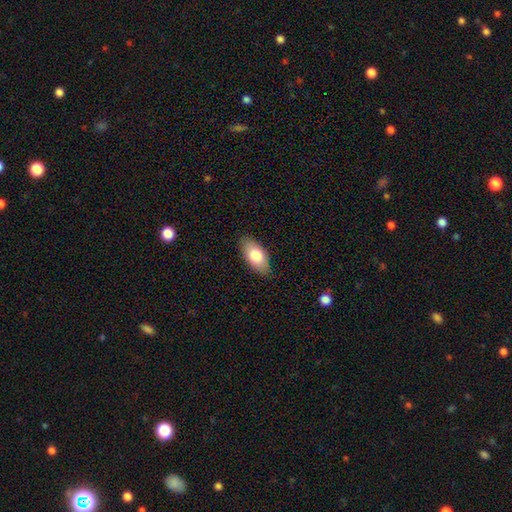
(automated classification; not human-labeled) Smooth or featured: smooth — 79% (featured or disk — 15%)
How rounded: in between — 92% (cigar-shaped — 5%)
Merging: none — 87% (minor disturbance — 10%)